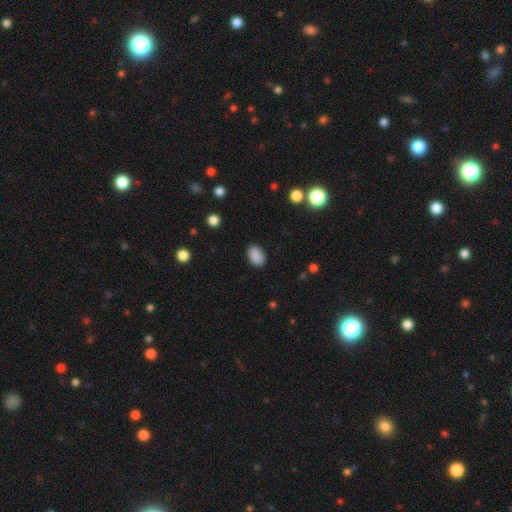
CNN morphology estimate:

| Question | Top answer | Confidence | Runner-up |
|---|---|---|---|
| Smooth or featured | smooth | 89% | star or artifact (8%) |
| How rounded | in between | 87% | round (12%) |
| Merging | none | 87% | minor disturbance (10%) |